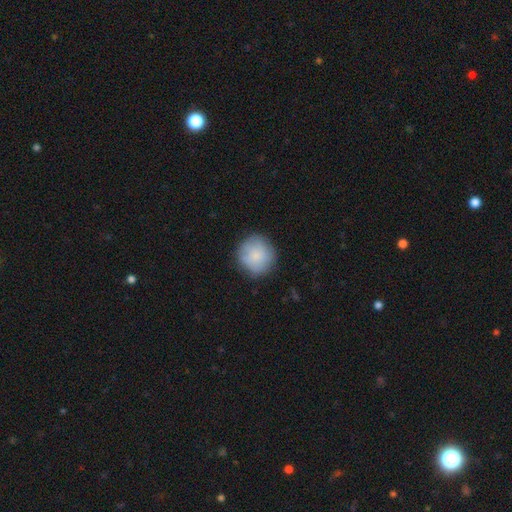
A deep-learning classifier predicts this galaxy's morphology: Smooth or featured? smooth (80%)
How rounded? round (93%)
Merging? none (80%)